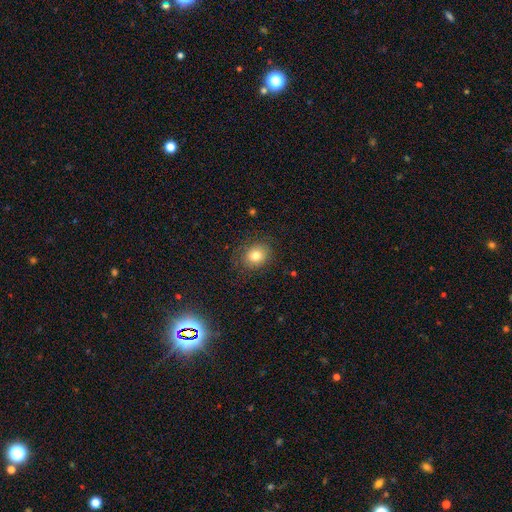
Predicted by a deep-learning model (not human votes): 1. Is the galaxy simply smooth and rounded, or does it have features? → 78% smooth, 12% star or artifact, 10% featured or disk.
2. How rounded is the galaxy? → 63% round, 36% in between, 1% cigar-shaped.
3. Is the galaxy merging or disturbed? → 83% none, 12% minor disturbance, 4% major disturbance, 1% merger.